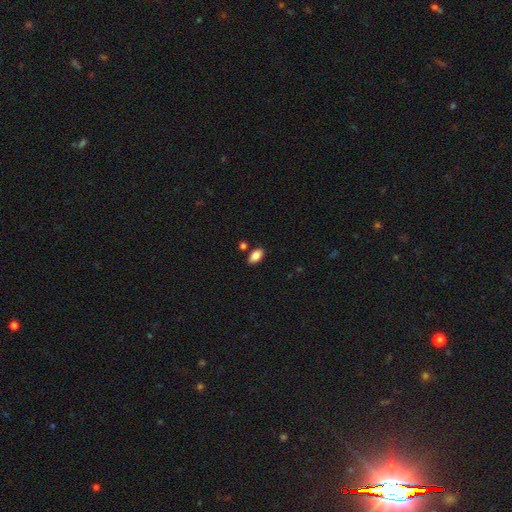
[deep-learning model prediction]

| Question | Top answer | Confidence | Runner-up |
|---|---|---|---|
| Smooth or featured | smooth | 86% | star or artifact (8%) |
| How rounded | in between | 92% | round (5%) |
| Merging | none | 84% | minor disturbance (10%) |